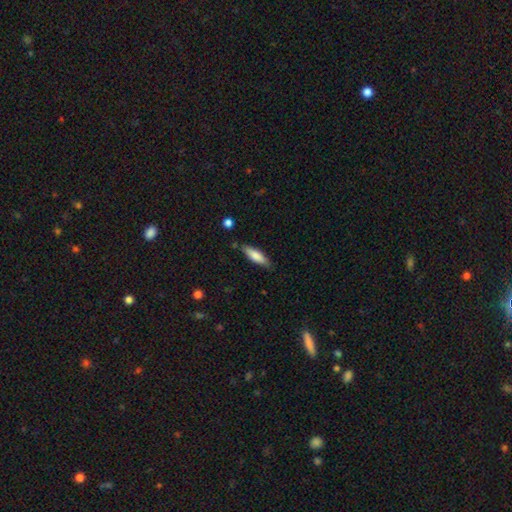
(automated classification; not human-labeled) Smooth or featured? Predicted: smooth (p=0.78). How rounded? Predicted: cigar-shaped (p=0.58). Merging? Predicted: none (p=0.82).